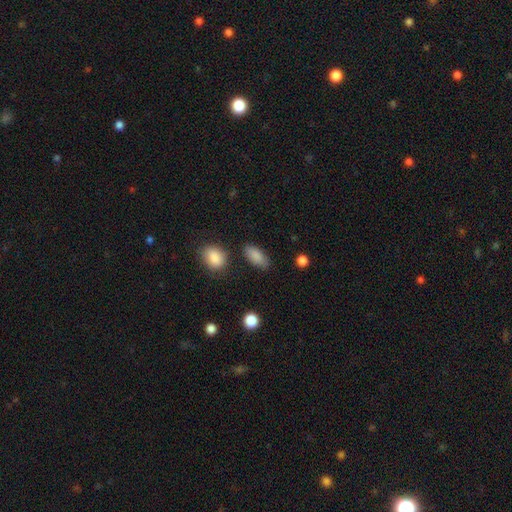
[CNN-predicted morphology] smooth 87%, star or artifact 7%, featured or disk 6%. Down the decision tree: how rounded — in between (89%); merging — none (80%).